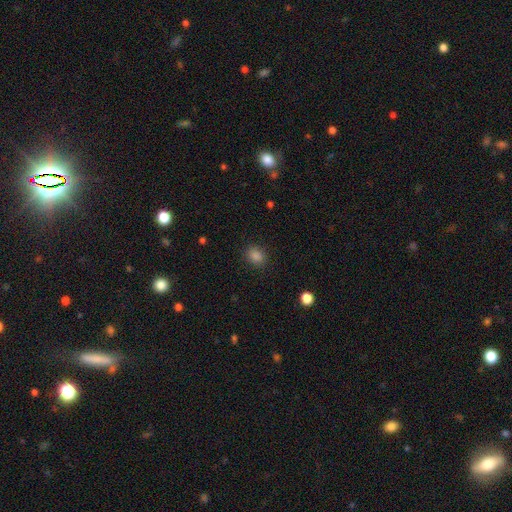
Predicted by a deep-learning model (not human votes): Smooth or featured? Predicted: smooth (p=0.83). How rounded? Predicted: in between (p=0.55). Merging? Predicted: none (p=0.88).